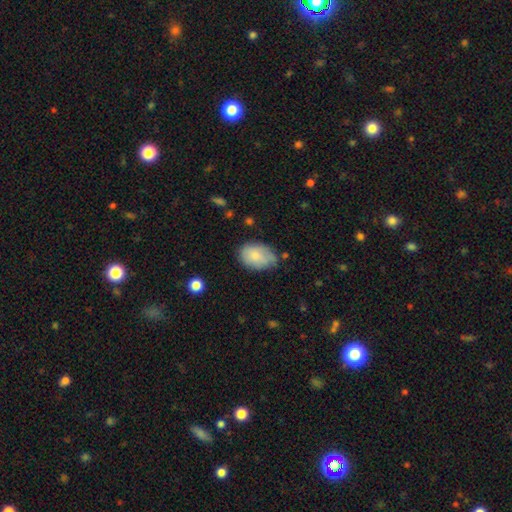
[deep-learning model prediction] A smooth galaxy with no disk features (78%) that is in between round and cigar-shaped (86%). Merging: none (58%).